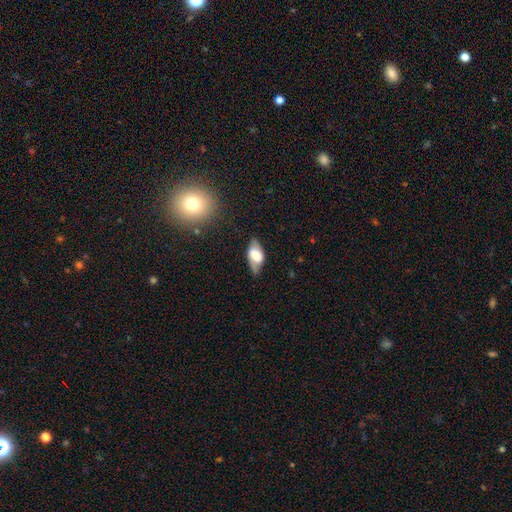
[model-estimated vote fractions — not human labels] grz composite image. It shows a smooth galaxy with no disk features (52%) that is in between round and cigar-shaped (87%). Merging: none (65%).